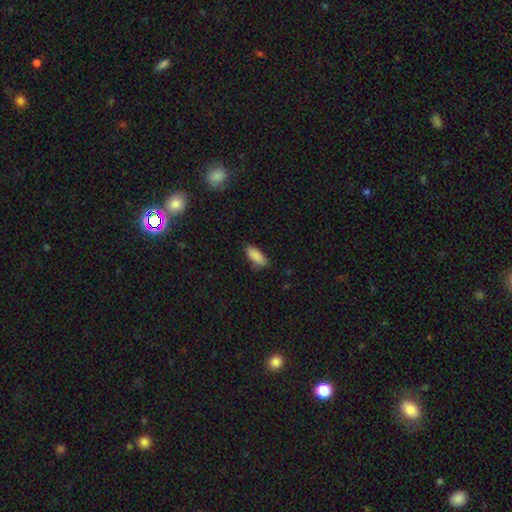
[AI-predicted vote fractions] Smooth or featured? Predicted: smooth (p=0.88). How rounded? Predicted: in between (p=0.82). Merging? Predicted: none (p=0.75).